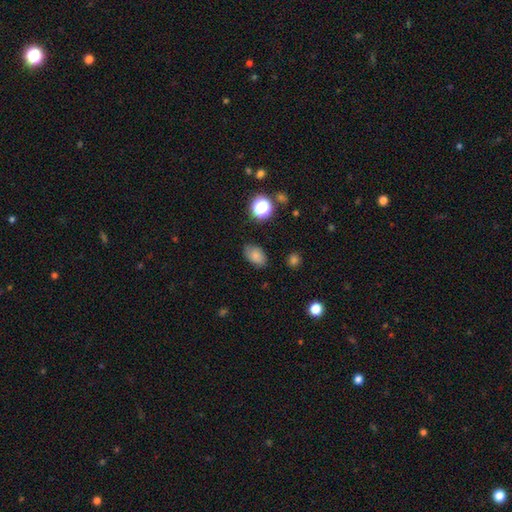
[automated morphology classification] Smooth or featured?
  - smooth: 80% *
  - star or artifact: 12%
  - featured or disk: 8%
How rounded?
  - in between: 86% *
  - round: 12%
  - cigar-shaped: 1%
Merging?
  - none: 79% *
  - minor disturbance: 16%
  - major disturbance: 3%
  - merger: 2%